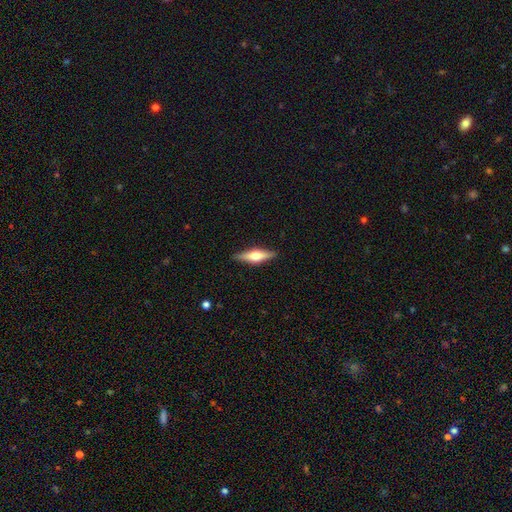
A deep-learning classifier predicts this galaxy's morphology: A featured or disk galaxy (61%) viewed edge-on (96%) with a rounded central bulge (92%).

Vote fractions:
- Smooth or featured? featured or disk: 61% / smooth: 33% / star or artifact: 6%
- Edge-on disk? yes: 96% / no: 4%
- Edge-on bulge? rounded: 92% / boxy: 6% / none: 2%
- Merging? none: 89% / minor disturbance: 9% / major disturbance: 2% / merger: 1%